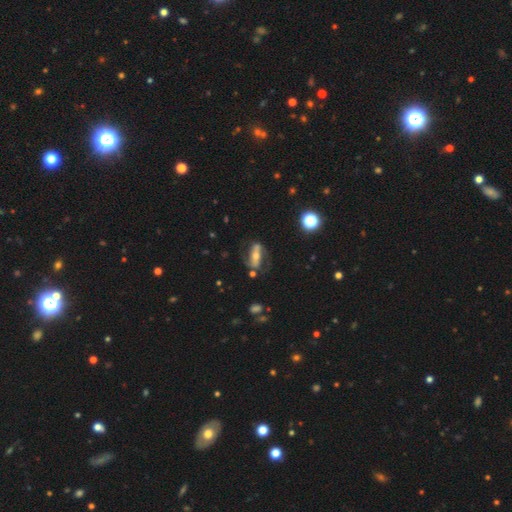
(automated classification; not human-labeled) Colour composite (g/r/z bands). It shows a featured or disk galaxy (68%) with a strong bar (56%), spiral arms (76%) and a moderate central bulge (52%). Merging: none (62%).